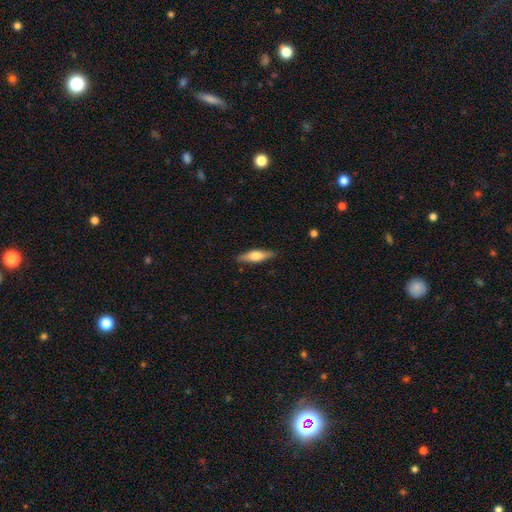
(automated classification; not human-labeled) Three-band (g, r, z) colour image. It shows a smooth galaxy with no disk features (57%) that is cigar-shaped (66%). Merging: none (88%).